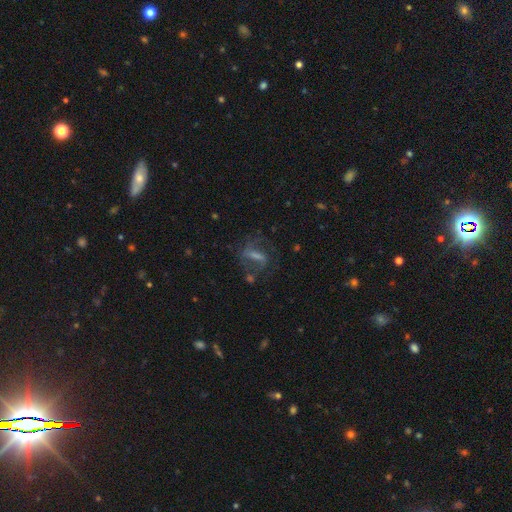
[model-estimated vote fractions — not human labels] Smooth or featured? featured or disk (55%)
Edge-on disk? no (84%)
Merging? none (64%)